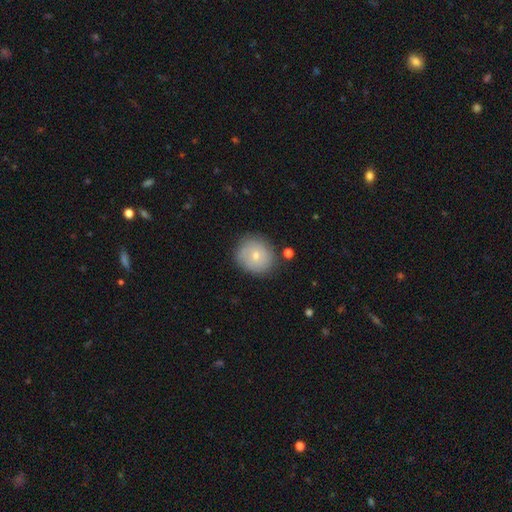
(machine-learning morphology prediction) Smooth or featured? Predicted: smooth (p=0.65). How rounded? Predicted: round (p=0.85). Merging? Predicted: none (p=0.79).